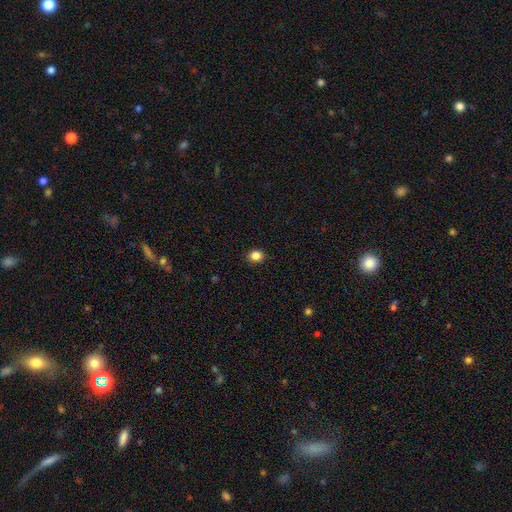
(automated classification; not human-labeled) smooth_or_featured: smooth (p=0.85) [alt: star or artifact p=0.11]
how_rounded: round (p=0.62) [alt: in between p=0.37]
merging: none (p=0.90) [alt: minor disturbance p=0.08]